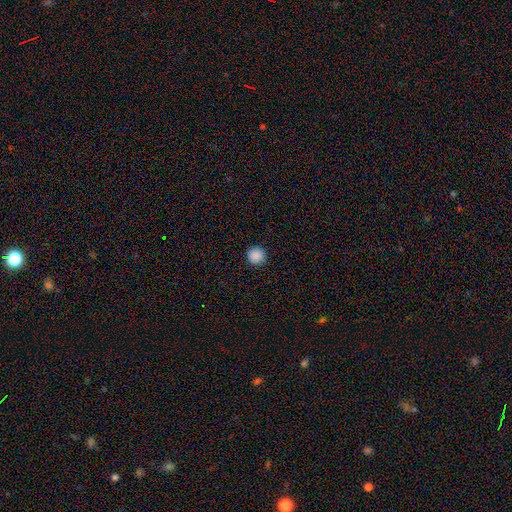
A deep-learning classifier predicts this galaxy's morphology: Smooth or featured? smooth (88%)
How rounded? round (96%)
Merging? none (93%)